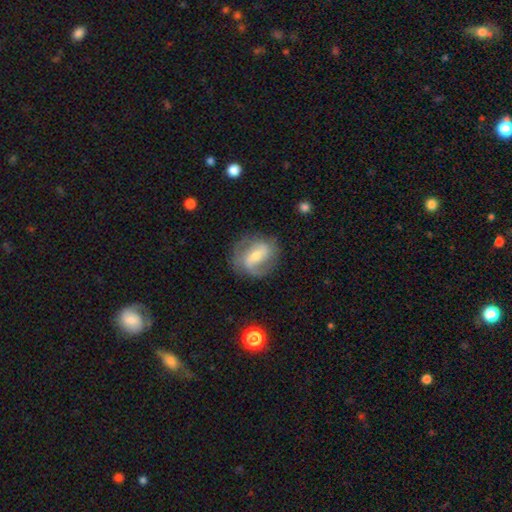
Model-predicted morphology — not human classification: This is likely a featured or disk galaxy (71%). It is clearly not viewed edge-on (96%). Bar: marginally weak (42%). Spiral arm pattern: clearly yes (84%). Spiral arm count: likely 2 (74%). Spiral winding: marginally medium (44%). Central bulge: possibly moderate (46%). Merging: likely none (73%).